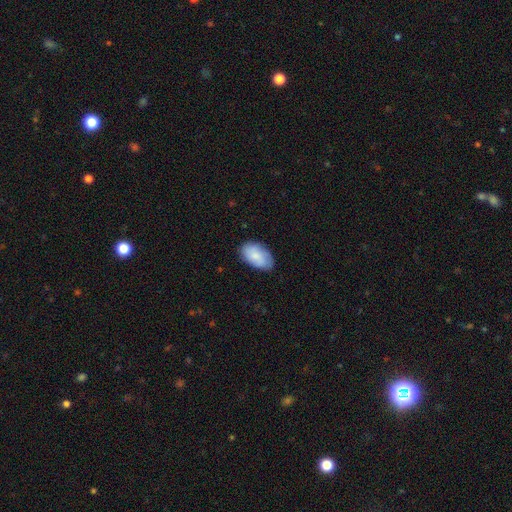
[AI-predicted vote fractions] Smooth or featured? Predicted: smooth (p=0.82). How rounded? Predicted: in between (p=0.94). Merging? Predicted: none (p=0.76).